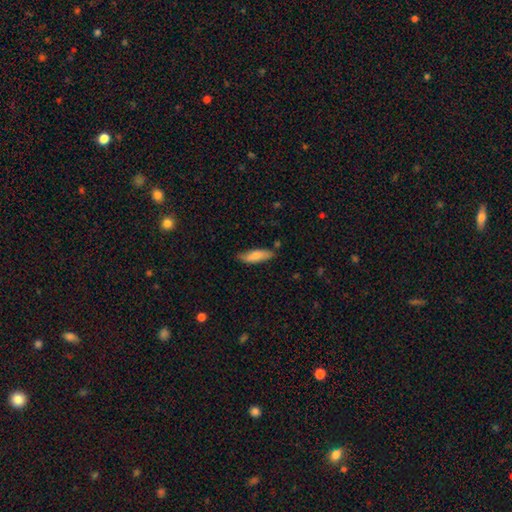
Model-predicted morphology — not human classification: smooth 79%, featured or disk 15%, star or artifact 6%. Down the decision tree: how rounded — in between (53%); merging — none (76%).